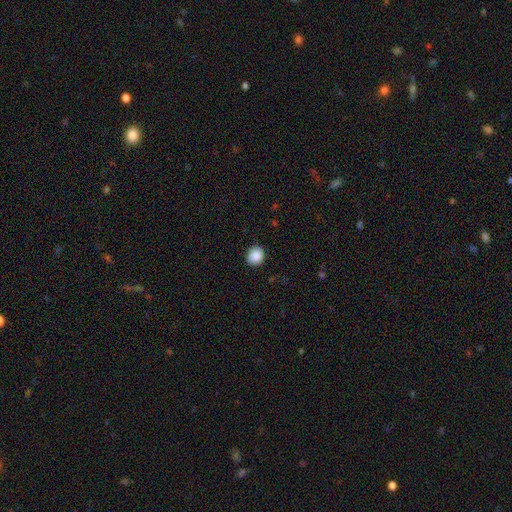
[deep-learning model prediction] smooth_or_featured: smooth (p=0.89) [alt: star or artifact p=0.08]
how_rounded: round (p=0.82) [alt: in between p=0.17]
merging: none (p=0.90) [alt: minor disturbance p=0.07]